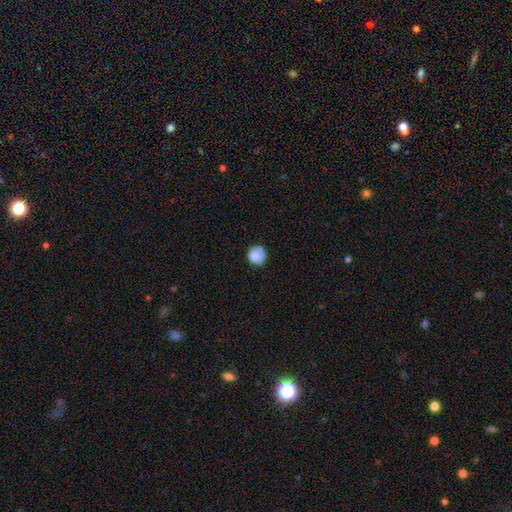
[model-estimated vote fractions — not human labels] Morphology: type=smooth (75%); roundness=round (81%); merging=none (57%).